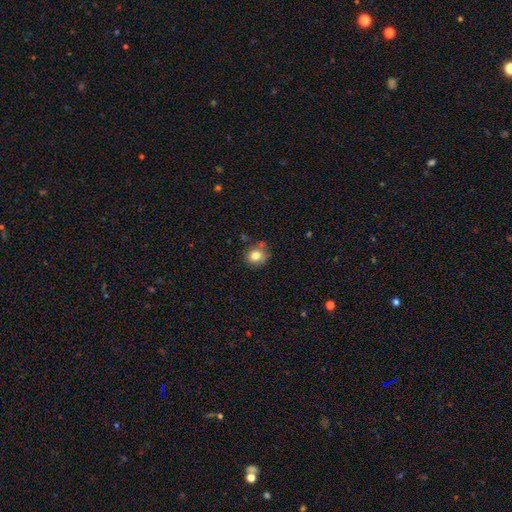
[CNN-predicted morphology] Smooth or featured?
  - smooth: 81% *
  - star or artifact: 11%
  - featured or disk: 9%
How rounded?
  - round: 72% *
  - in between: 27%
  - cigar-shaped: 1%
Merging?
  - none: 73% *
  - minor disturbance: 18%
  - merger: 6%
  - major disturbance: 4%